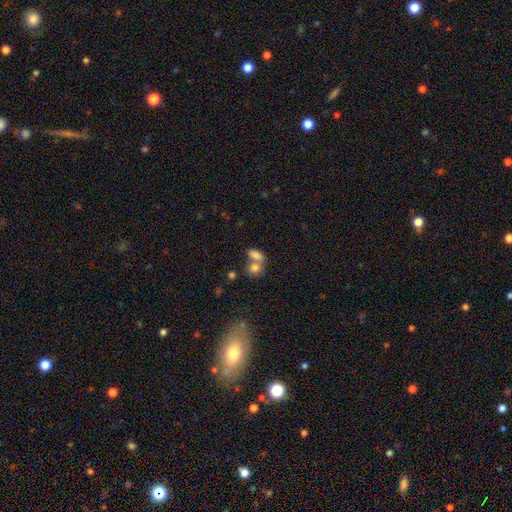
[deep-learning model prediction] Q: Smooth or featured?
A: smooth (77%); runner-up: featured or disk (12%)
Q: How rounded?
A: in between (78%); runner-up: round (18%)
Q: Merging?
A: merger (60%); runner-up: none (27%)